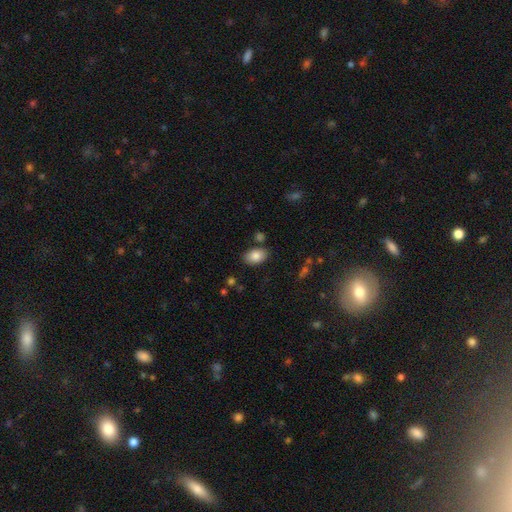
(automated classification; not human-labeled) A smooth galaxy with no disk features (84%) that is in between round and cigar-shaped (88%). Merging: none (83%).